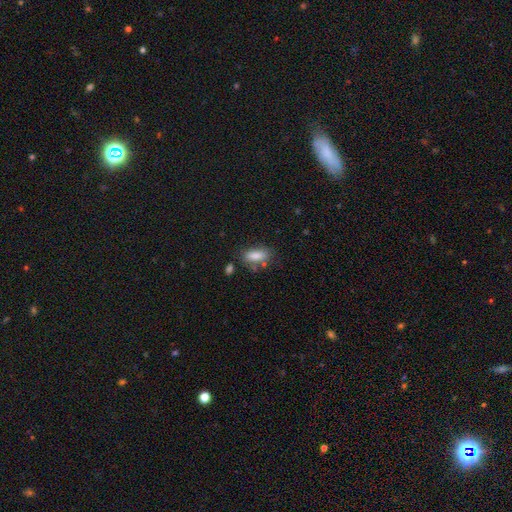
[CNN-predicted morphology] A smooth galaxy with no disk features (83%) that is in between round and cigar-shaped (79%).

Vote fractions:
- Smooth or featured? smooth: 83% / featured or disk: 10% / star or artifact: 8%
- How rounded? in between: 79% / cigar-shaped: 18% / round: 3%
- Merging? none: 69% / minor disturbance: 18% / merger: 8% / major disturbance: 5%